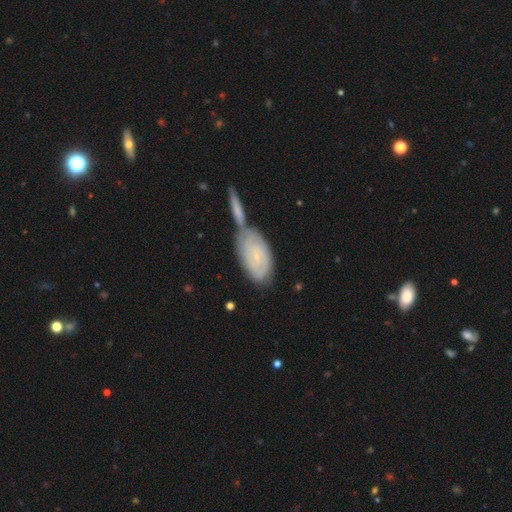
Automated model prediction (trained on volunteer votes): This is possibly a featured or disk galaxy (54%). It is clearly not viewed edge-on (91%). Merging: marginally merger (43%).